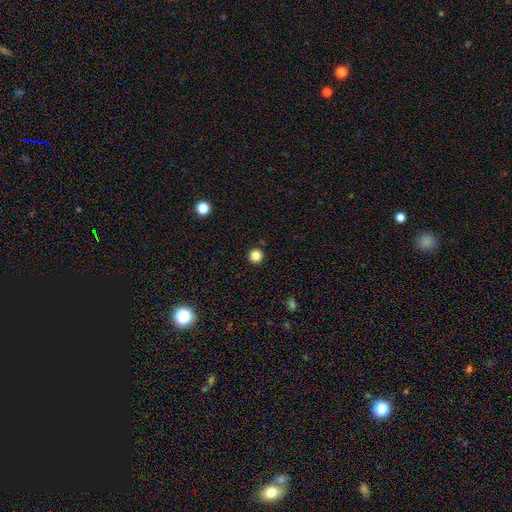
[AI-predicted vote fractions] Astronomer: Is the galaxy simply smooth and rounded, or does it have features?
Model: smooth — 84%.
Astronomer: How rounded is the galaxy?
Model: round — 96%.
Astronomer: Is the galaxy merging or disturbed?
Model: none — 92%.